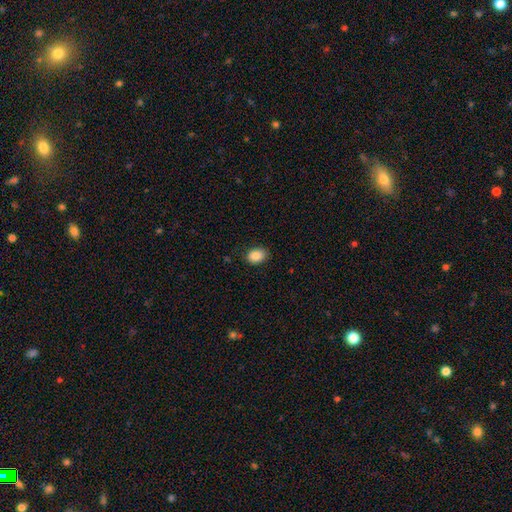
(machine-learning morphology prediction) This is clearly a smooth galaxy (88%). How rounded: likely in between (69%). Merging: clearly none (84%).